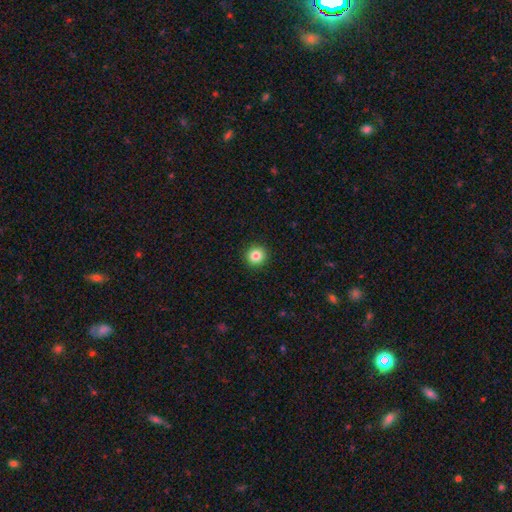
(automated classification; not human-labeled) Morphology: type=smooth (83%); roundness=round (95%); merging=none (93%).